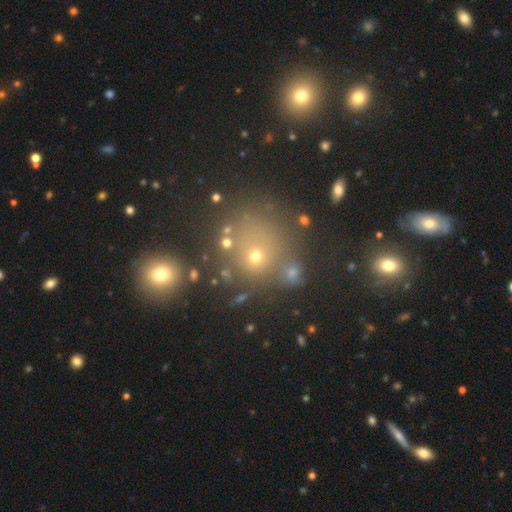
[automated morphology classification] The model was most divided on "smooth or featured": smooth: 60%, star or artifact: 28%, featured or disk: 12%. More confident: how rounded — round (82%); merging — none (62%).